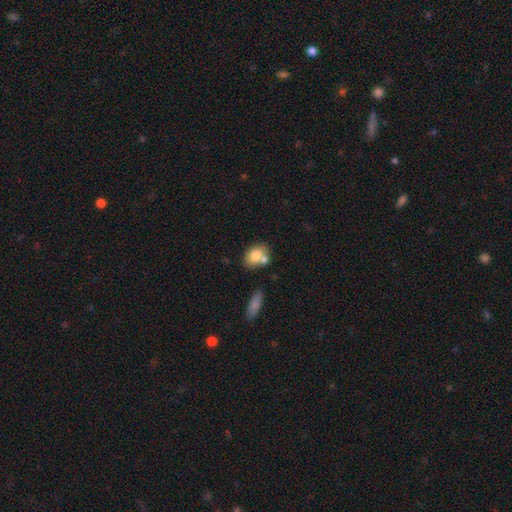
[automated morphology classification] Smooth or featured? Predicted: smooth (p=0.77). How rounded? Predicted: in between (p=0.75). Merging? Predicted: none (p=0.54).